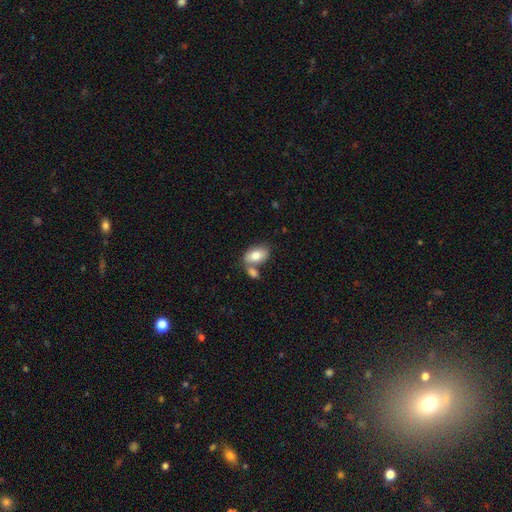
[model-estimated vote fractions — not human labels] This appears to be a smooth galaxy with no disk features (79%) that is in between round and cigar-shaped (91%). Merging: none (47%).